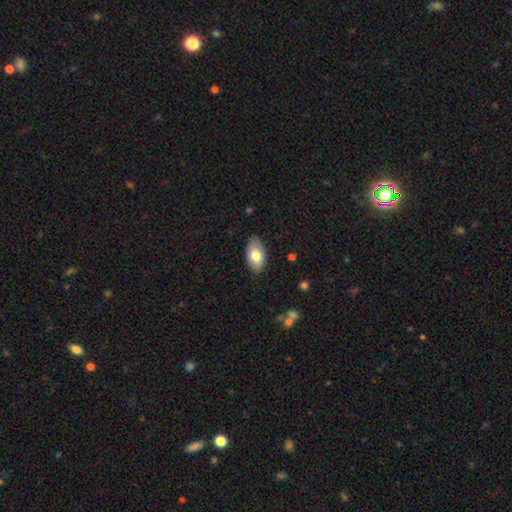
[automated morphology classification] type=smooth (76%); roundness=in between (93%); merging=none (86%).